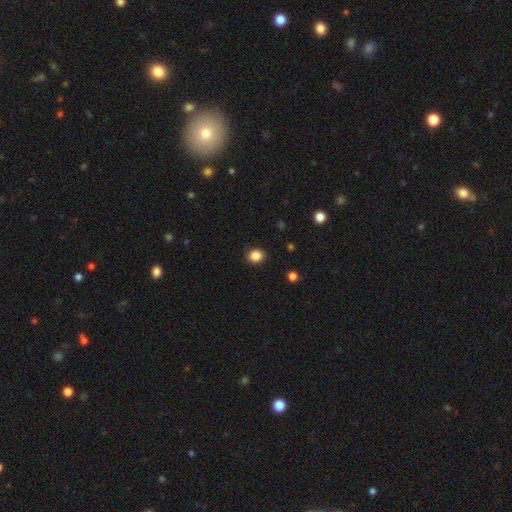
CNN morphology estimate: type=smooth (86%); roundness=round (69%); merging=none (90%).